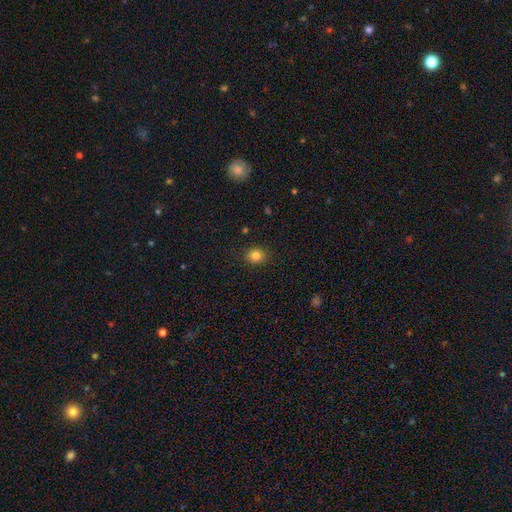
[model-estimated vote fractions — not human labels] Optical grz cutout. It shows a smooth galaxy with no disk features (83%) that is round (77%). Merging: none (89%).